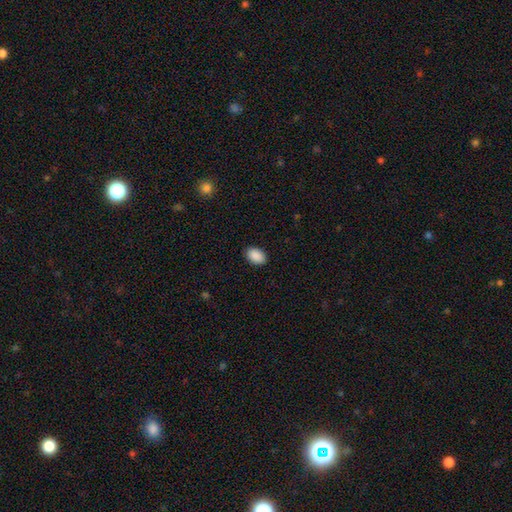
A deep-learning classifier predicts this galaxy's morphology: Overall: smooth (91%). How rounded: in between (88%). Merging: none (89%).